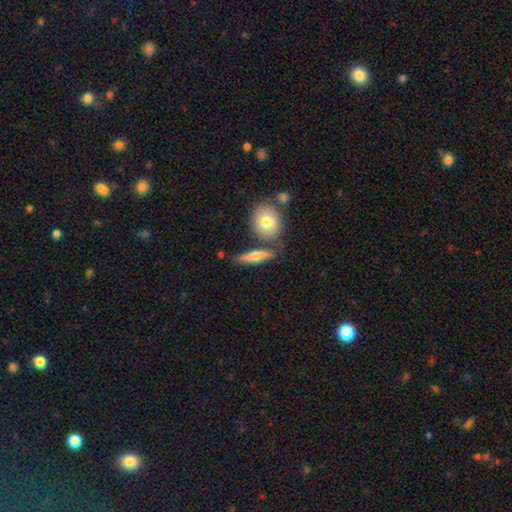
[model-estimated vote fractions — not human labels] Smooth or featured? Predicted: smooth (p=0.59). How rounded? Predicted: cigar-shaped (p=0.59). Merging? Predicted: none (p=0.69).